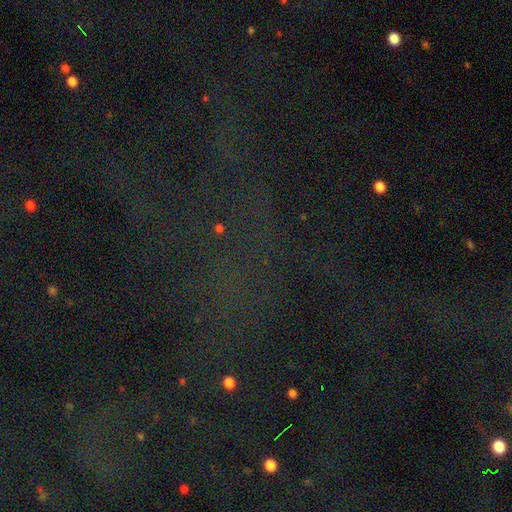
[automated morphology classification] star or artifact 76%, smooth 13%, featured or disk 11%.